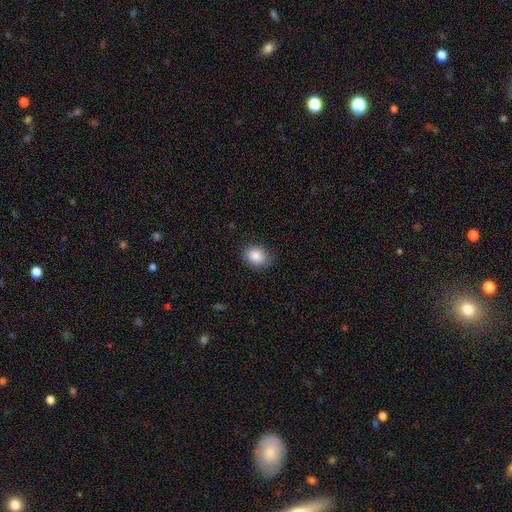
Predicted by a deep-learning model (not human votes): This is clearly a smooth galaxy (87%). How rounded: possibly in between (53%). Merging: clearly none (82%).